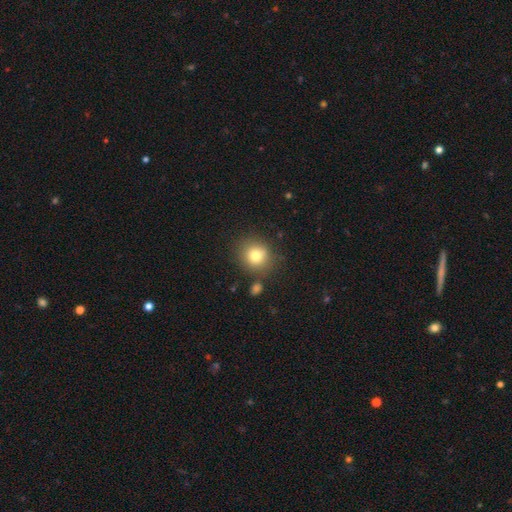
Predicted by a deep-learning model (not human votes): Smooth or featured? smooth (78%)
How rounded? round (86%)
Merging? none (79%)